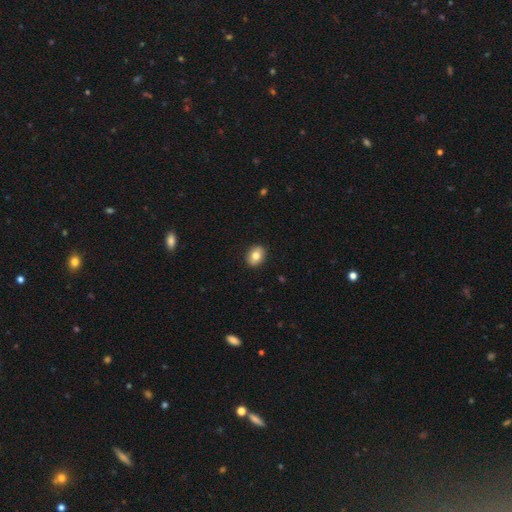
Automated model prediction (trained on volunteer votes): A smooth galaxy with no disk features (79%) that is in between round and cigar-shaped (60%).

Vote fractions:
- Smooth or featured? smooth: 79% / featured or disk: 13% / star or artifact: 8%
- How rounded? in between: 60% / round: 39% / cigar-shaped: 1%
- Merging? none: 91% / minor disturbance: 7% / major disturbance: 2% / merger: 1%